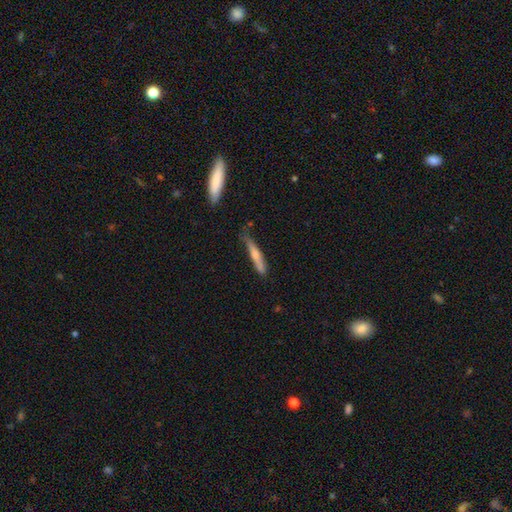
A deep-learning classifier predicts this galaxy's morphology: smooth 63%, featured or disk 31%, star or artifact 6%. Down the decision tree: how rounded — cigar-shaped (92%); merging — none (65%).